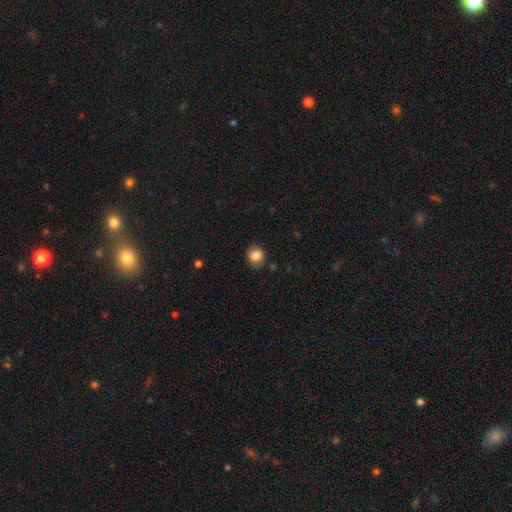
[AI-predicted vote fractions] Q: Smooth or featured?
A: smooth (83%); runner-up: star or artifact (9%)
Q: How rounded?
A: round (75%); runner-up: in between (24%)
Q: Merging?
A: none (81%); runner-up: minor disturbance (14%)